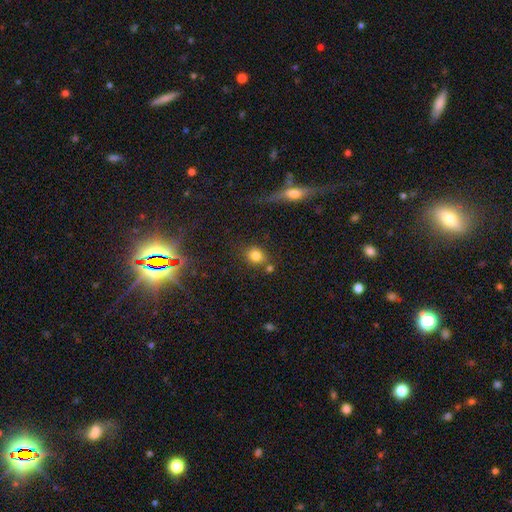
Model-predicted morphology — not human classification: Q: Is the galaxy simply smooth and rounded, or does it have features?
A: smooth — 80%.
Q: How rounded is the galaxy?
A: round — 69%.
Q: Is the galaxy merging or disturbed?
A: none — 71%.